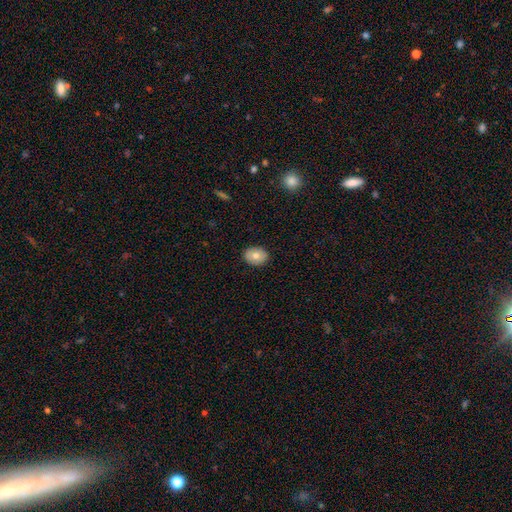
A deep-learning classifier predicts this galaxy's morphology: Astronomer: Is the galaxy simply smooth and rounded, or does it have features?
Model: smooth — 78%.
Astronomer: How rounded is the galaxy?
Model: in between — 66%.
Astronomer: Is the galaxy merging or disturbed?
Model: none — 89%.